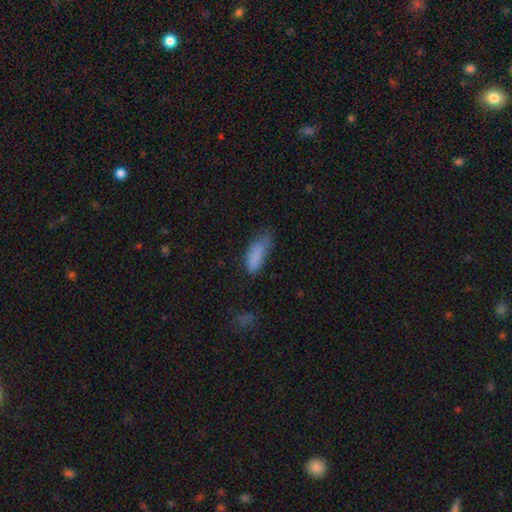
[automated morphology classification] A smooth galaxy with no disk features (84%) that is in between round and cigar-shaped (66%).

Vote fractions:
- Smooth or featured? smooth: 84% / star or artifact: 9% / featured or disk: 8%
- How rounded? in between: 66% / cigar-shaped: 32% / round: 2%
- Merging? none: 47% / minor disturbance: 36% / major disturbance: 14% / merger: 3%